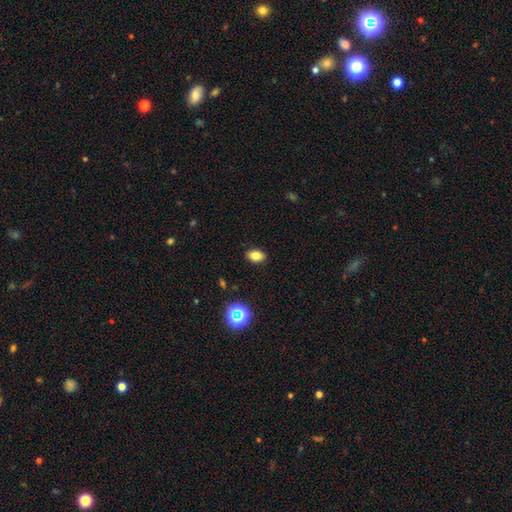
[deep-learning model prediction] Smooth or featured? smooth (80%)
How rounded? in between (83%)
Merging? none (89%)